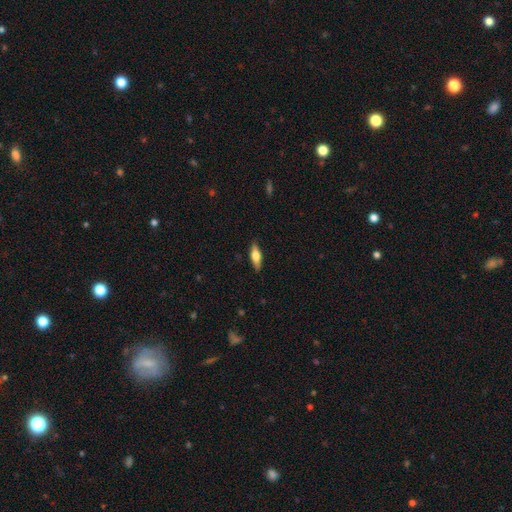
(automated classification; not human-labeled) smooth-or-featured: smooth: 53% | featured or disk: 41% | star or artifact: 6%
  how-rounded: in between: 51% | cigar-shaped: 46% | round: 3%
  merging: none: 88% | minor disturbance: 9% | major disturbance: 2% | merger: 1%